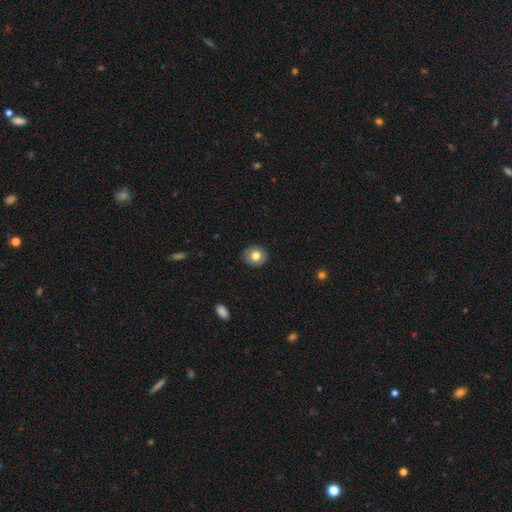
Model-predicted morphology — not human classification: Overall: smooth (78%). How rounded: round (72%). Merging: none (87%).